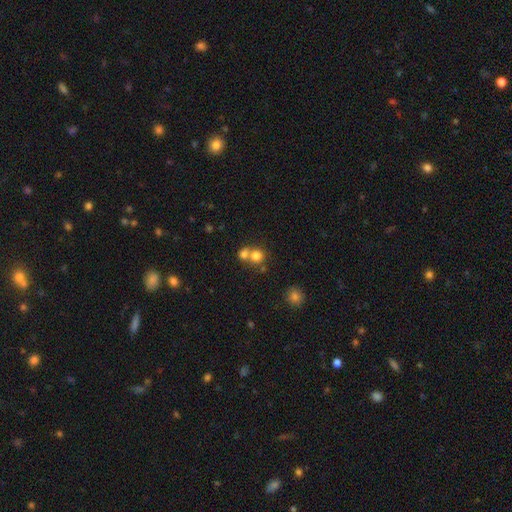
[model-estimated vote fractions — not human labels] Smooth or featured: smooth — 77% (star or artifact — 12%)
How rounded: round — 84% (in between — 15%)
Merging: merger — 52% (none — 40%)